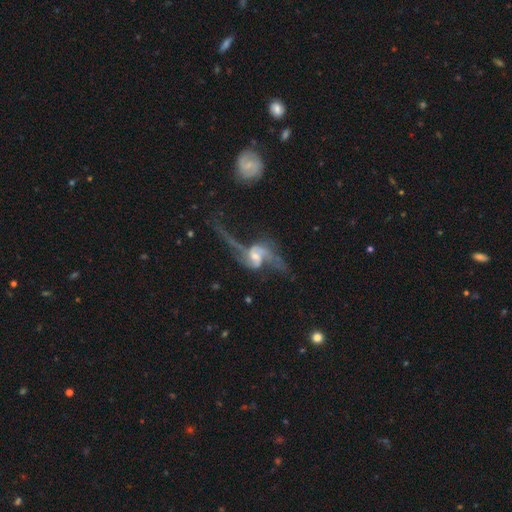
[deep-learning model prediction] A featured or disk galaxy (87%) with a weak bar (44%), 2 (88%) loose (78%) spiral arms (93%) and a small central bulge (45%). Merging: none (39%).